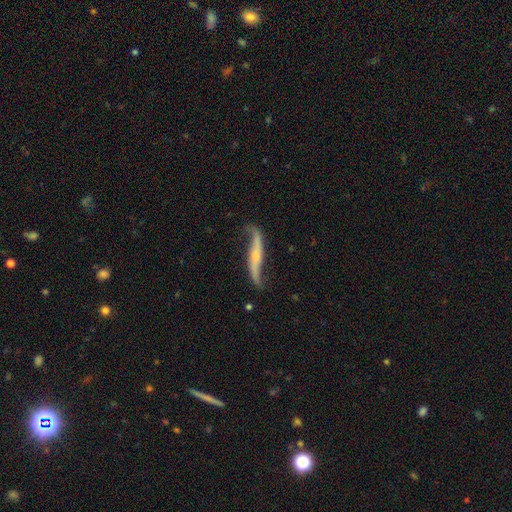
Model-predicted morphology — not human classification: smooth_or_featured: featured or disk (p=0.85) [alt: smooth p=0.10]
disk_edge_on: no (p=0.63) [alt: yes p=0.37]
bar: no (p=0.49) [alt: strong p=0.29]
has_spiral_arms: yes (p=0.94) [alt: no p=0.06]
spiral_winding: loose (p=0.92) [alt: medium p=0.05]
spiral_arm_count: 2 (p=0.92) [alt: 1 p=0.03]
bulge_size: small (p=0.67) [alt: moderate p=0.23]
merging: none (p=0.69) [alt: minor disturbance p=0.20]